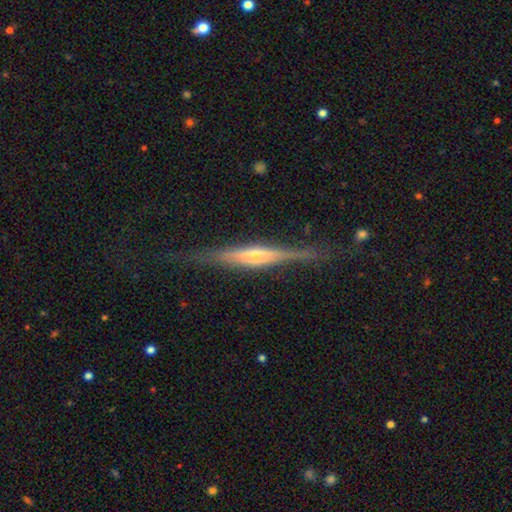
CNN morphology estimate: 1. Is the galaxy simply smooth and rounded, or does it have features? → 76% featured or disk, 17% smooth, 7% star or artifact.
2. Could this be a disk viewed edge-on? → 97% yes, 3% no.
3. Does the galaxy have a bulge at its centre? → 77% rounded, 12% boxy, 11% none.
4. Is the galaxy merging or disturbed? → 82% none, 13% minor disturbance, 4% major disturbance, 1% merger.